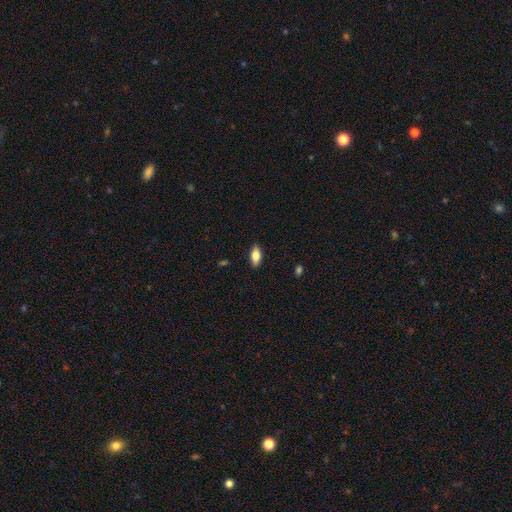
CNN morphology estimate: Overall: smooth (75%). How rounded: in between (87%). Merging: none (88%).